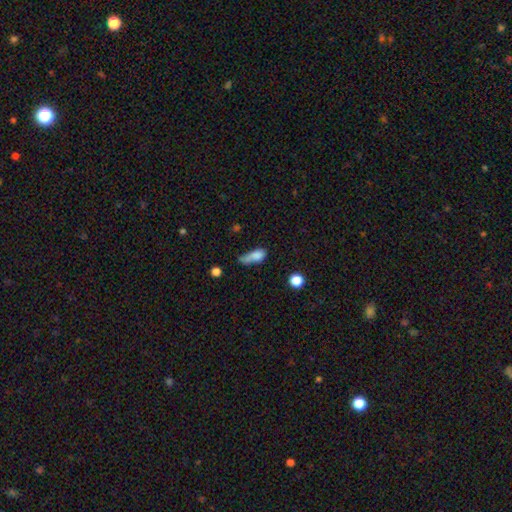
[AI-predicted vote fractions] Overall: smooth (75%). How rounded: in between (72%). Merging: minor disturbance (29%; major disturbance 28%).